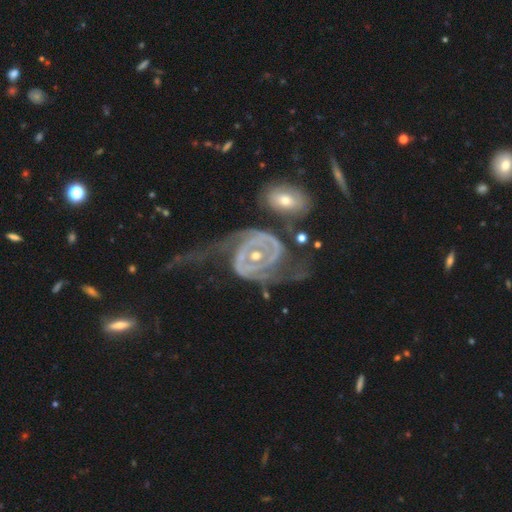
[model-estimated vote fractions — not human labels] smooth_or_featured: featured or disk (p=0.91) [alt: star or artifact p=0.05]
disk_edge_on: no (p=0.96) [alt: yes p=0.04]
bar: no (p=0.43) [alt: weak p=0.33]
has_spiral_arms: yes (p=0.94) [alt: no p=0.06]
spiral_winding: medium (p=0.39) [alt: tight p=0.37]
spiral_arm_count: 2 (p=0.77) [alt: can't tell p=0.09]
bulge_size: small (p=0.55) [alt: moderate p=0.41]
merging: major disturbance (p=0.39) [alt: none p=0.32]